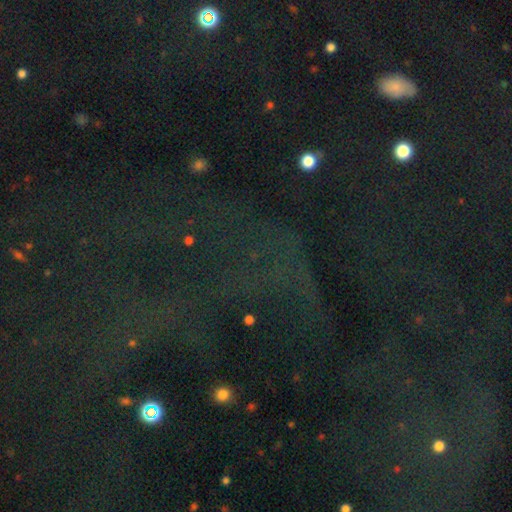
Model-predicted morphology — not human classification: A star or artifact, not a galaxy (78%).